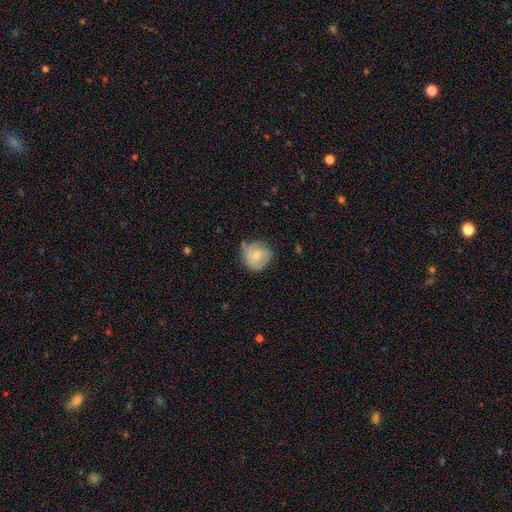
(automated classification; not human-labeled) This is likely a smooth galaxy (60%). How rounded: clearly round (87%). Merging: possibly none (59%).